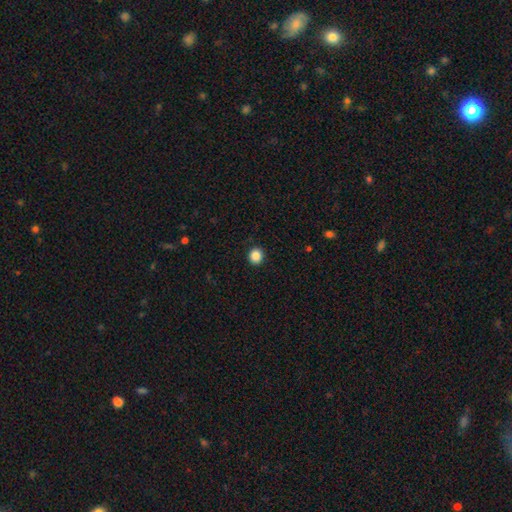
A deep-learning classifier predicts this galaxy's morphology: A smooth galaxy with no disk features (87%) that is round (88%).

Vote fractions:
- Smooth or featured? smooth: 87% / star or artifact: 10% / featured or disk: 3%
- How rounded? round: 88% / in between: 11% / cigar-shaped: 1%
- Merging? none: 92% / minor disturbance: 6% / major disturbance: 2% / merger: 1%